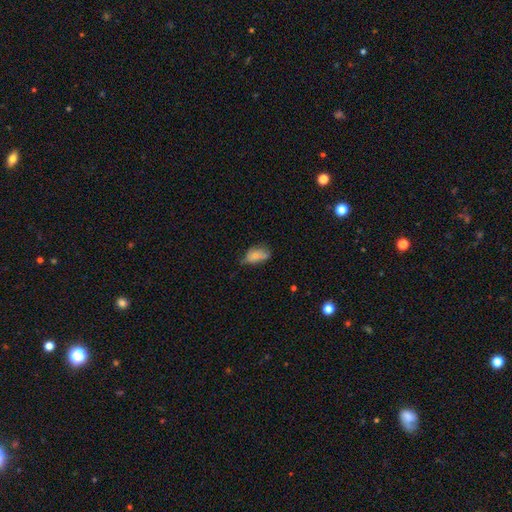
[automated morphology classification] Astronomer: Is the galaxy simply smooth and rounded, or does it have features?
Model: smooth — 71%.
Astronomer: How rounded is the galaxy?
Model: in between — 90%.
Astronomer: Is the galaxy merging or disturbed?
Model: none — 42% (runner-up: minor disturbance, 41%).